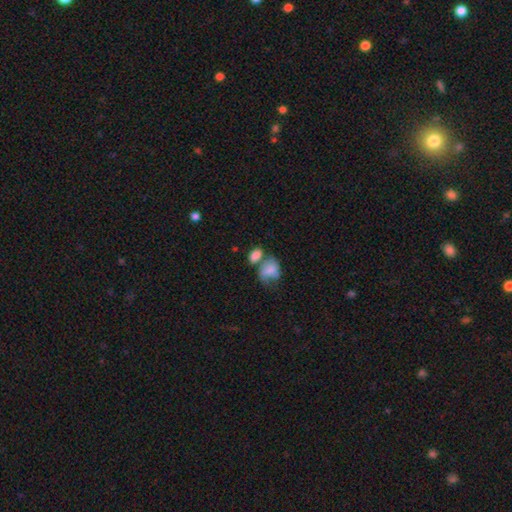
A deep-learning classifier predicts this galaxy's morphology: Overall: smooth (80%). How rounded: in between (78%). Merging: merger (46%; none 32%).